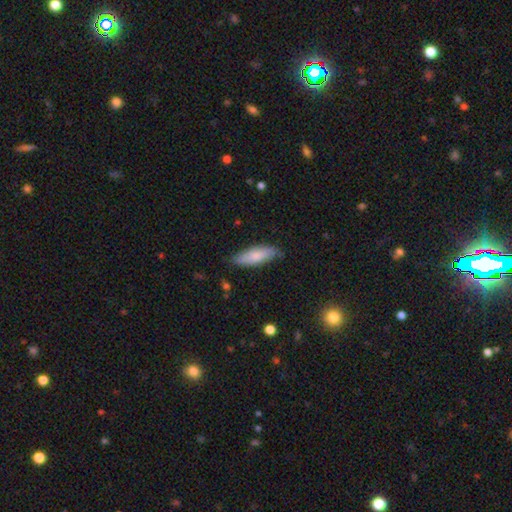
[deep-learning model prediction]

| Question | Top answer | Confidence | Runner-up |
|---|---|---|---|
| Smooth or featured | smooth | 77% | featured or disk (17%) |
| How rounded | in between | 58% | cigar-shaped (40%) |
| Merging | none | 80% | minor disturbance (16%) |